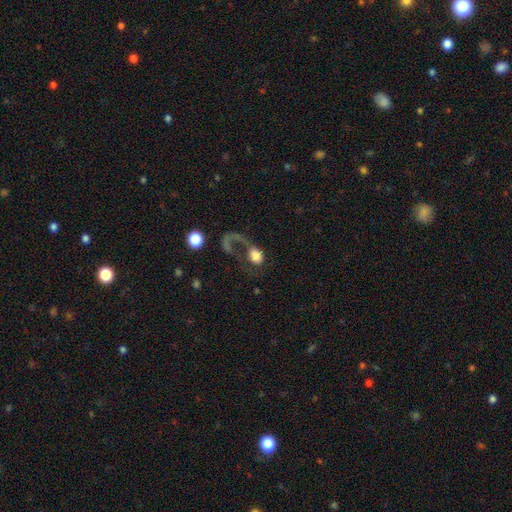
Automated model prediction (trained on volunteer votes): Q: Smooth or featured?
A: smooth (55%); runner-up: featured or disk (35%)
Q: How rounded?
A: in between (57%); runner-up: round (41%)
Q: Merging?
A: major disturbance (64%); runner-up: none (20%)